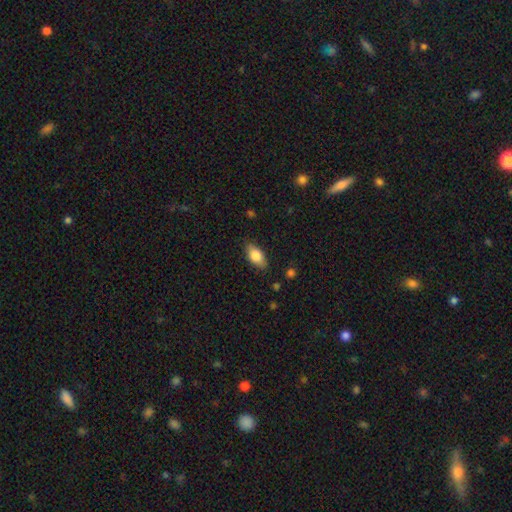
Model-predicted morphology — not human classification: A smooth galaxy with no disk features (81%) that is in between round and cigar-shaped (89%). Merging: none (84%).